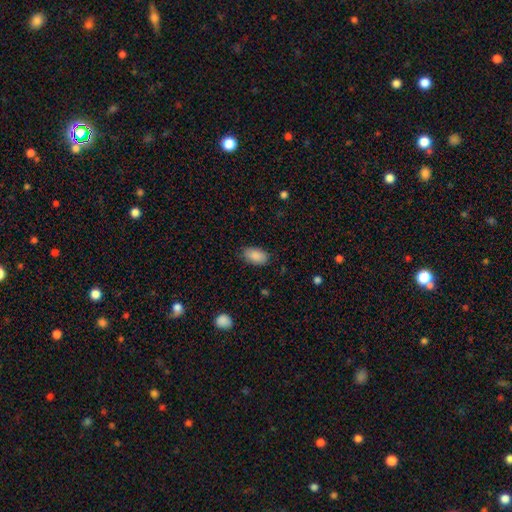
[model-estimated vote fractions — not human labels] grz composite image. It shows a smooth galaxy with no disk features (88%) that is in between round and cigar-shaped (93%). Merging: none (81%).